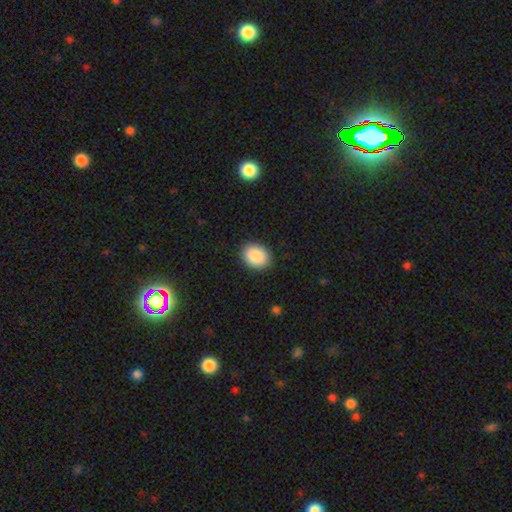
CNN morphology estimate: A smooth galaxy with no disk features (89%) that is in between round and cigar-shaped (59%). Merging: none (89%).